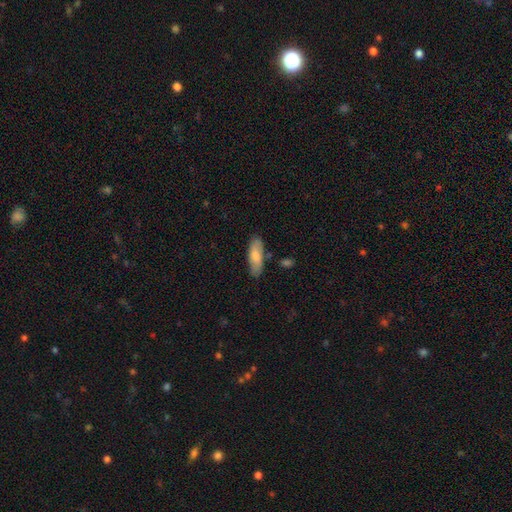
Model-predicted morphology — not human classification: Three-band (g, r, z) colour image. It shows a smooth galaxy with no disk features (72%) that is in between round and cigar-shaped (69%). Merging: none (79%).